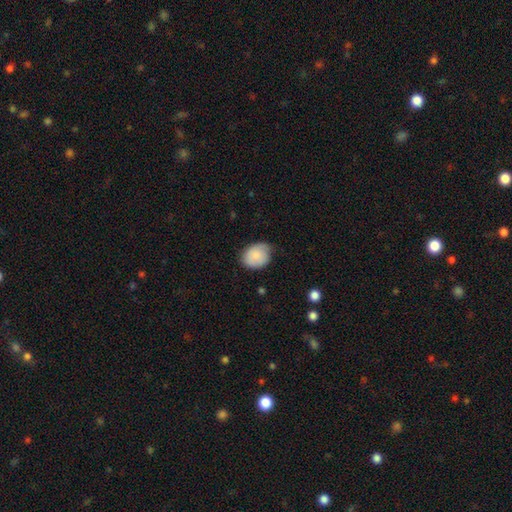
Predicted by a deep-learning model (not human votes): smooth 83%, featured or disk 10%, star or artifact 7%. Down the decision tree: how rounded — in between (55%); merging — none (61%).